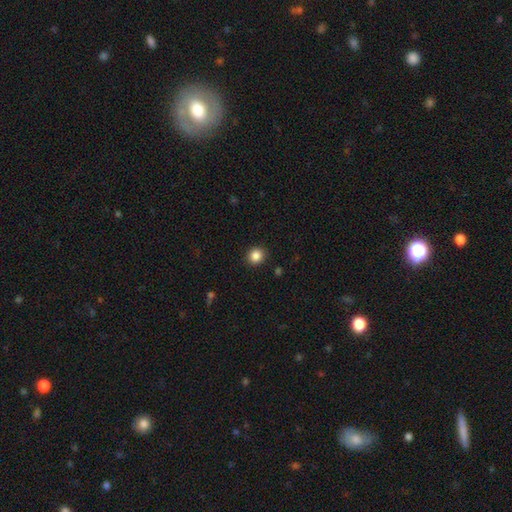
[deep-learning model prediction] Morphology: type=smooth (86%); roundness=round (85%); merging=none (91%).